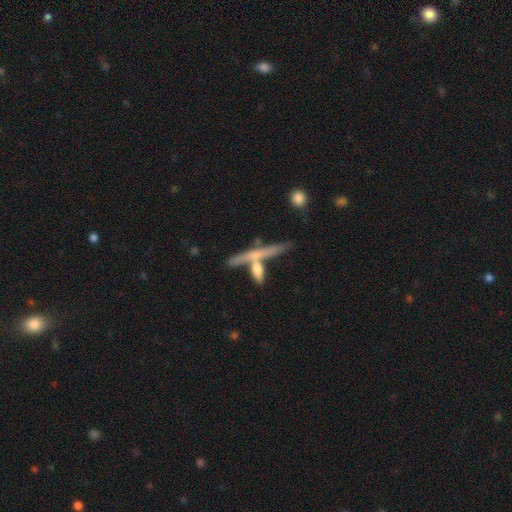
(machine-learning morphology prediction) This is possibly a featured or disk galaxy (55%). It is clearly viewed edge-on (89%). Merging: possibly none (56%).